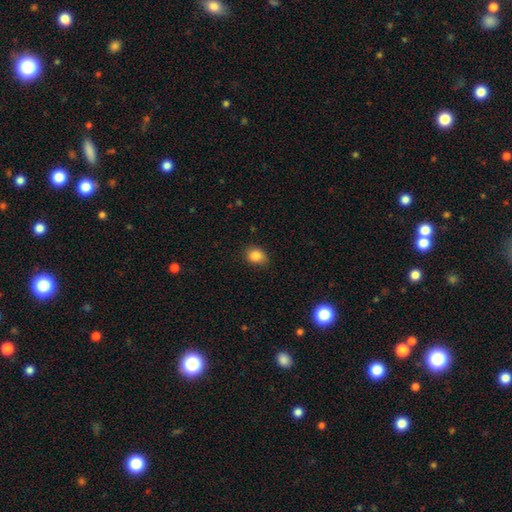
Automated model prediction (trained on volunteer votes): smooth_or_featured: smooth (p=0.85) [alt: star or artifact p=0.10]
how_rounded: in between (p=0.50) [alt: round p=0.49]
merging: none (p=0.75) [alt: minor disturbance p=0.20]